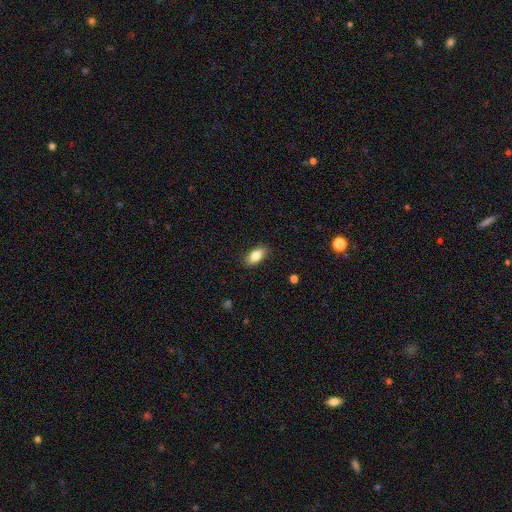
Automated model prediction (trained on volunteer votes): Smooth or featured?
  - smooth: 84% *
  - featured or disk: 8%
  - star or artifact: 7%
How rounded?
  - in between: 90% *
  - round: 5%
  - cigar-shaped: 5%
Merging?
  - none: 86% *
  - minor disturbance: 10%
  - major disturbance: 2%
  - merger: 1%